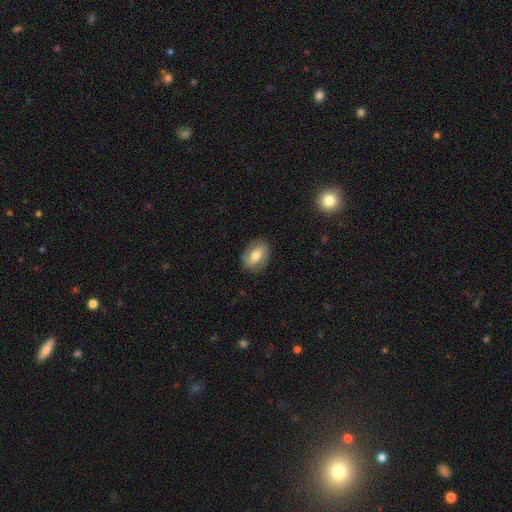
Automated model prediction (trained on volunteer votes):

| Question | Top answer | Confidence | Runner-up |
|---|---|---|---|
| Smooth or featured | featured or disk | 46% | tied: smooth (46%) |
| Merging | none | 80% | minor disturbance (14%) |